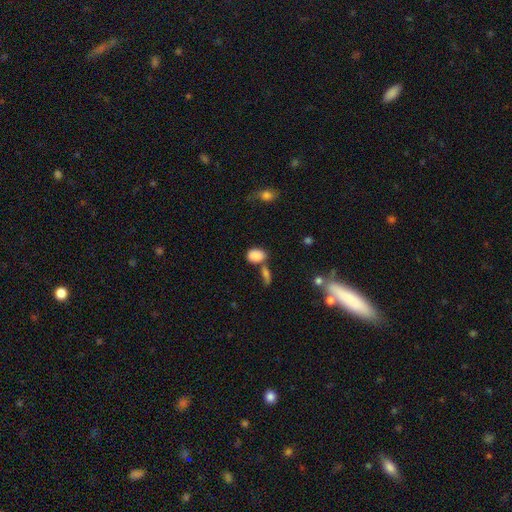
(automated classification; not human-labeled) smooth 86%, star or artifact 9%, featured or disk 6%. Down the decision tree: how rounded — in between (84%); merging — none (48%).